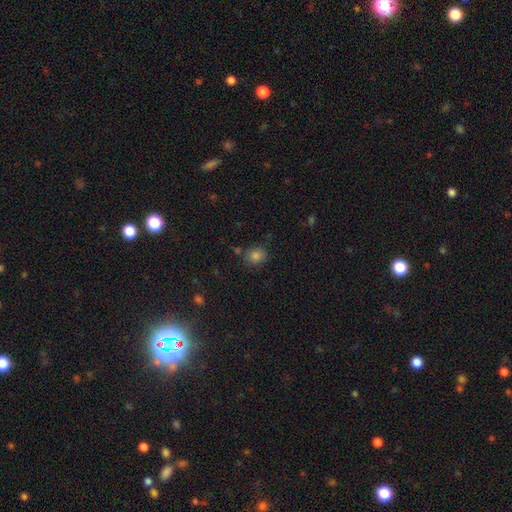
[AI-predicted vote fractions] A smooth galaxy with no disk features (80%) that is round (72%). Merging: none (78%).